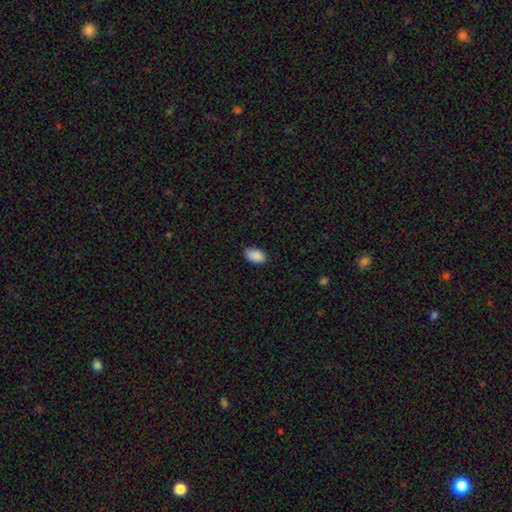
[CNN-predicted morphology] Smooth or featured: smooth — 90% (star or artifact — 7%)
How rounded: in between — 93% (round — 5%)
Merging: none — 85% (minor disturbance — 12%)